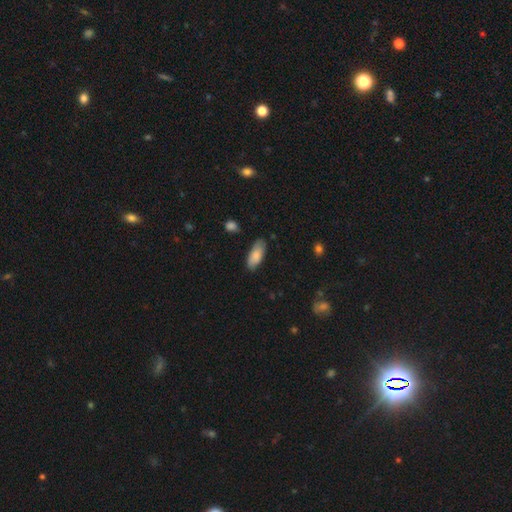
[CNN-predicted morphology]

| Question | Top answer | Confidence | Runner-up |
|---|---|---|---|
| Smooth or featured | smooth | 83% | featured or disk (11%) |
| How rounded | in between | 84% | cigar-shaped (14%) |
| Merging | none | 76% | minor disturbance (19%) |